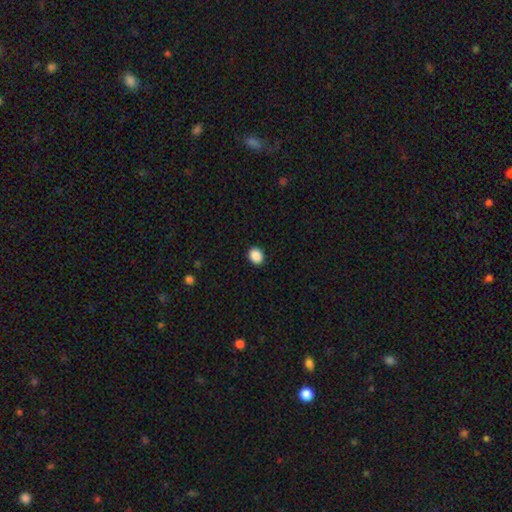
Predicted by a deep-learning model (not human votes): Smooth or featured? smooth (89%)
How rounded? round (55%)
Merging? none (92%)